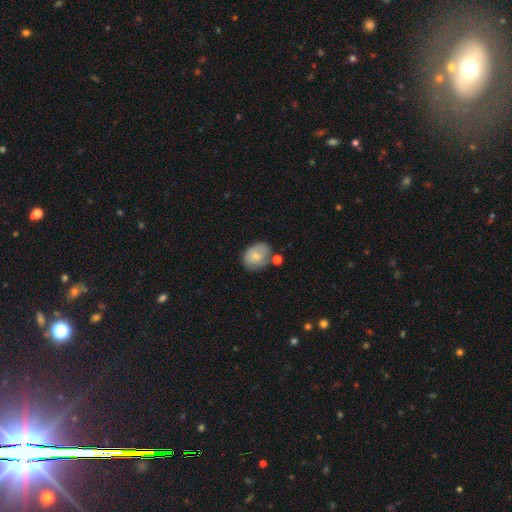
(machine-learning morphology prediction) type=smooth (64%); roundness=in between (61%); merging=none (57%).